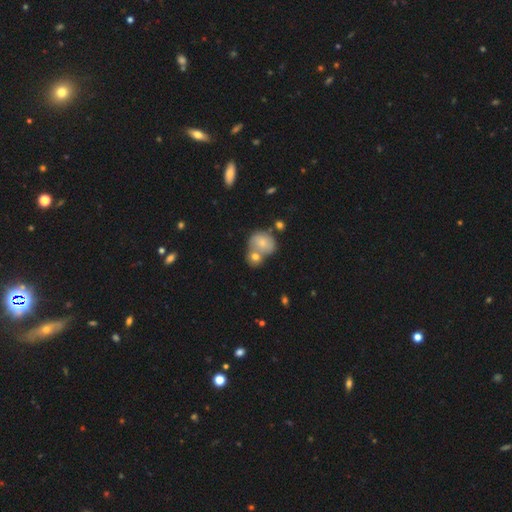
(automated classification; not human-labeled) Smooth or featured? smooth (60%)
How rounded? round (69%)
Merging? none (46%)